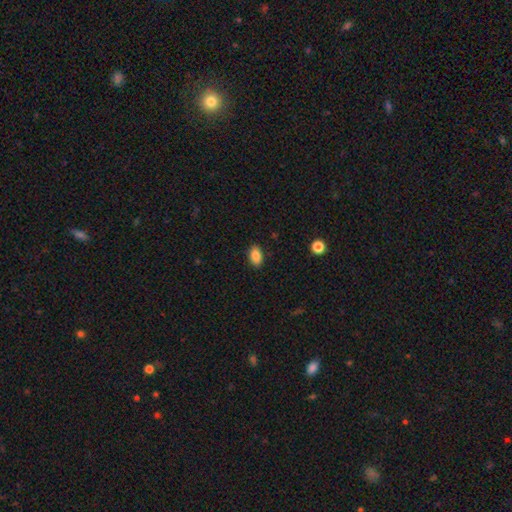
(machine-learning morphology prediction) Smooth or featured? smooth (87%)
How rounded? in between (90%)
Merging? none (88%)